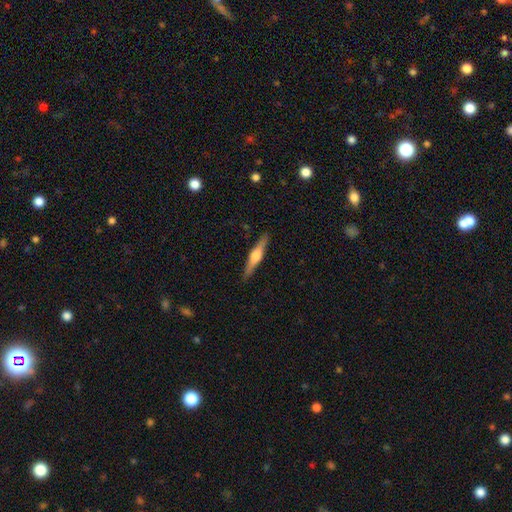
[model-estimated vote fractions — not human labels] Smooth or featured? Predicted: featured or disk (p=0.62). Edge-on disk? Predicted: yes (p=0.97). Edge-on bulge? Predicted: rounded (p=0.87). Merging? Predicted: none (p=0.90).